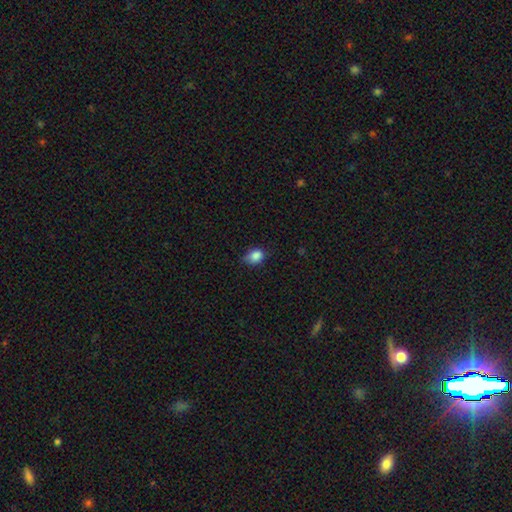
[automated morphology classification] Smooth or featured? smooth (86%)
How rounded? in between (51%)
Merging? none (59%)